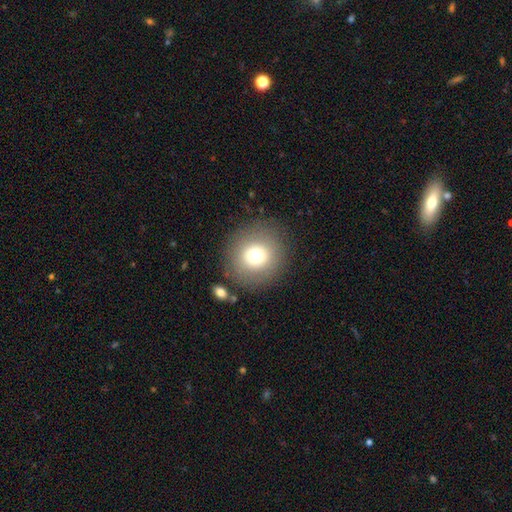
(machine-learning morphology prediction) type=smooth (72%); roundness=round (92%); merging=none (85%).